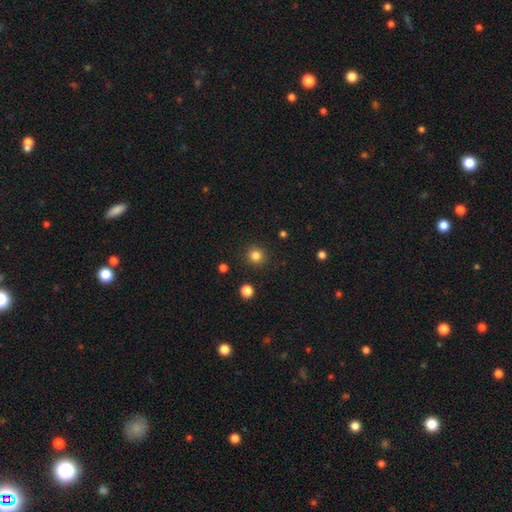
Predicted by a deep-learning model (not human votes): Morphology: type=smooth (83%); roundness=round (94%); merging=none (91%).